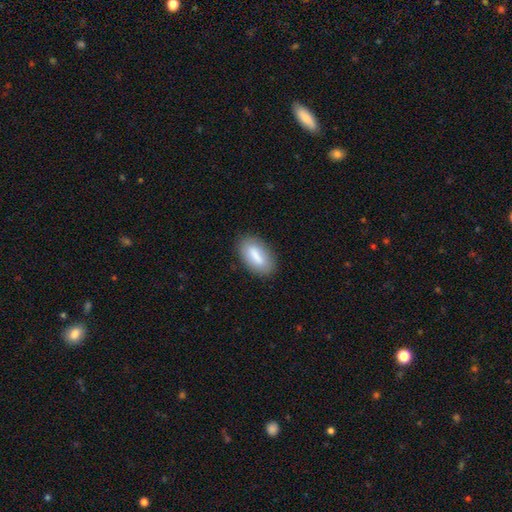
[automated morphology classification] Smooth or featured: smooth — 76% (featured or disk — 17%)
How rounded: in between — 87% (cigar-shaped — 10%)
Merging: none — 82% (minor disturbance — 13%)